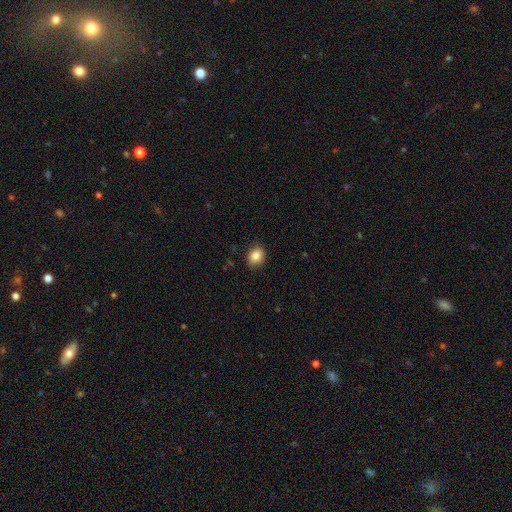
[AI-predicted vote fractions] Smooth or featured? Predicted: smooth (p=0.85). How rounded? Predicted: in between (p=0.56). Merging? Predicted: none (p=0.87).